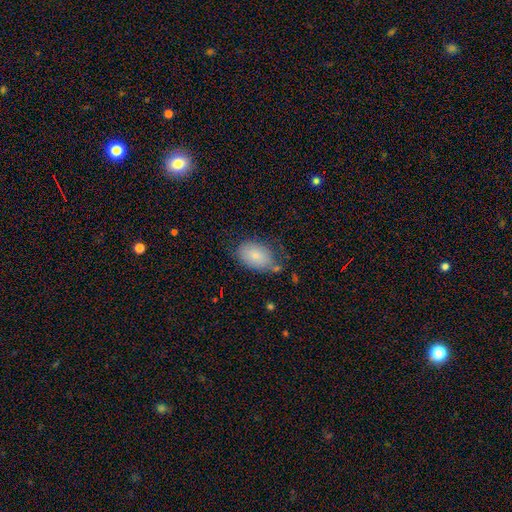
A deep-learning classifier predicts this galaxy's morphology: The model was most divided on "merging": none: 61%, minor disturbance: 26%, major disturbance: 8%, merger: 5%. More confident: how rounded — in between (87%); smooth or featured — smooth (78%).